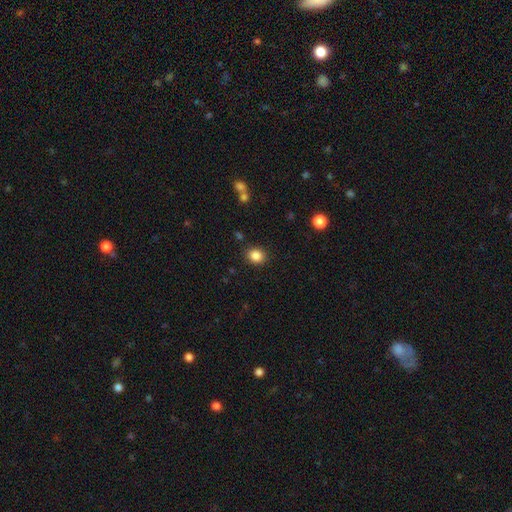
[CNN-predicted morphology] smooth-or-featured: smooth: 86% | star or artifact: 10% | featured or disk: 4%
  how-rounded: round: 66% | in between: 34% | cigar-shaped: 1%
  merging: none: 87% | minor disturbance: 8% | major disturbance: 3% | merger: 2%